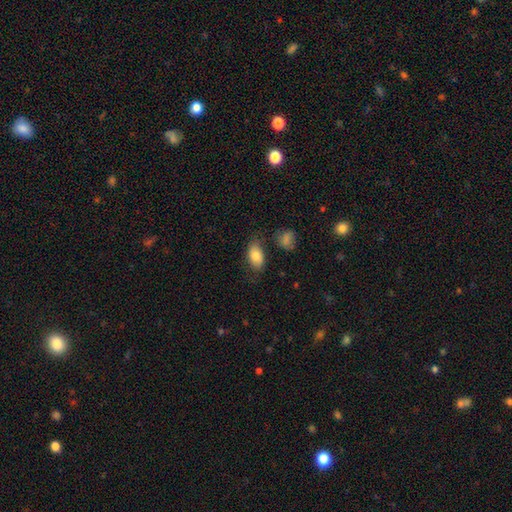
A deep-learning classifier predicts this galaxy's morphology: Overall: smooth (81%). How rounded: in between (91%). Merging: none (68%).